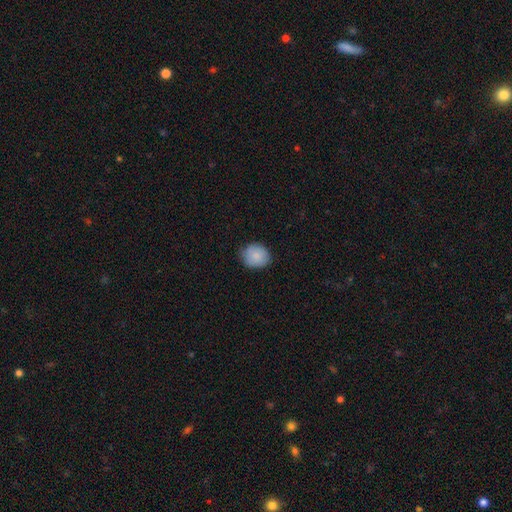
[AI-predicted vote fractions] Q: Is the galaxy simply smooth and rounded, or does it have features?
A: smooth — 87%.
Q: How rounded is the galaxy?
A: round — 68%.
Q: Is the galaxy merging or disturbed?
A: none — 77%.